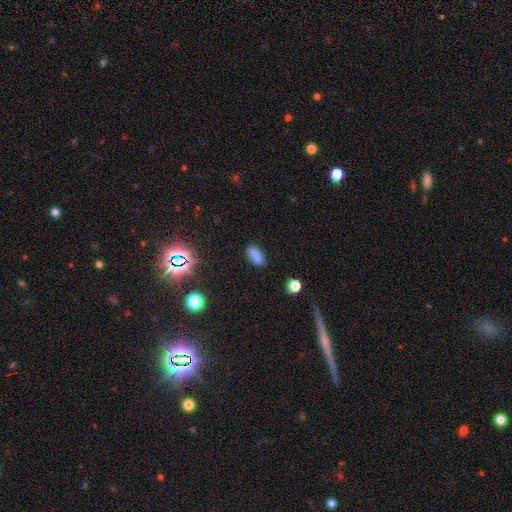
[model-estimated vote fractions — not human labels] This appears to be a smooth galaxy with no disk features (74%) that is in between round and cigar-shaped (86%). Merging: none (62%).